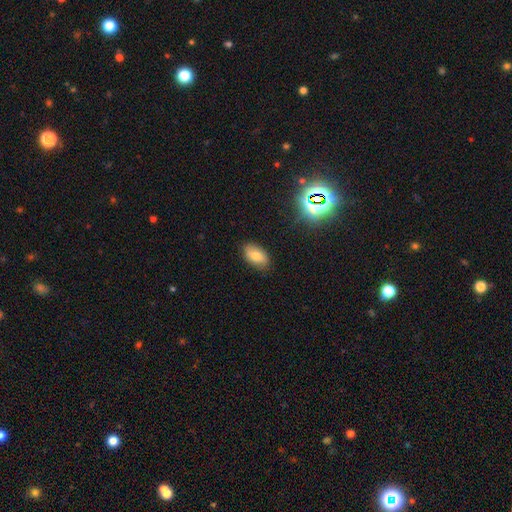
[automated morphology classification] Smooth or featured? Predicted: smooth (p=0.76). How rounded? Predicted: in between (p=0.92). Merging? Predicted: none (p=0.84).